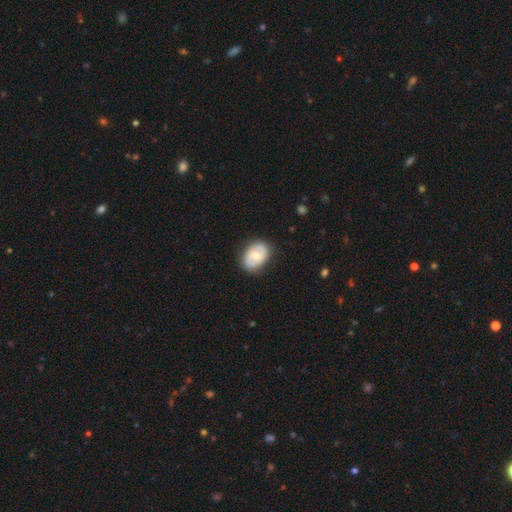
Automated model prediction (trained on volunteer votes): smooth 50%, featured or disk 44%, star or artifact 6%. Down the decision tree: how rounded — in between (72%); merging — none (80%).